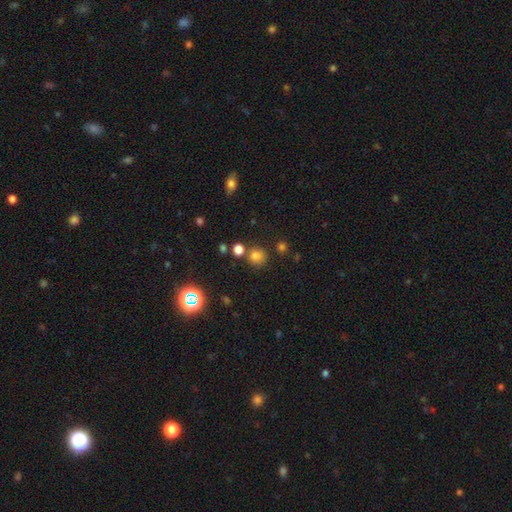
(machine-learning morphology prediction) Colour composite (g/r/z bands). It shows a smooth galaxy with no disk features (74%) that is round (86%). Merging: none (73%).